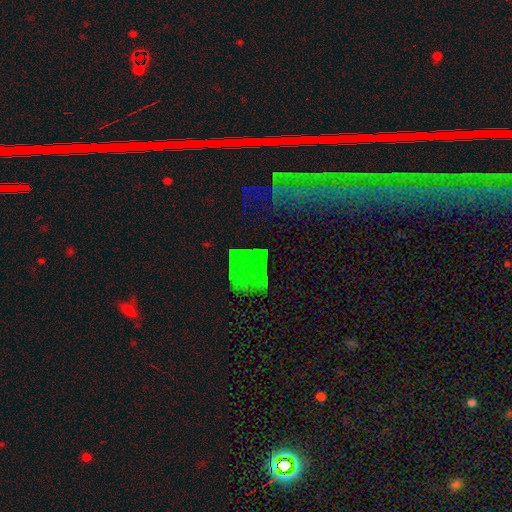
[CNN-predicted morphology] star or artifact 65%, smooth 19%, featured or disk 15%.